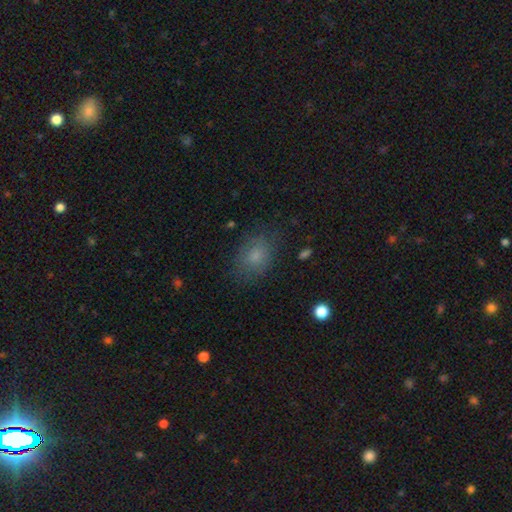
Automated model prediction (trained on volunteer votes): Smooth or featured: smooth — 77% (featured or disk — 12%)
How rounded: in between — 67% (round — 32%)
Merging: none — 74% (minor disturbance — 17%)